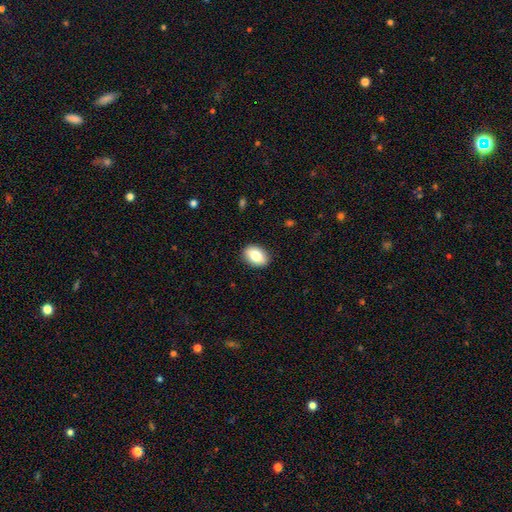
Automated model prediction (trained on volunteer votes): Q: Smooth or featured?
A: smooth (80%); runner-up: featured or disk (13%)
Q: How rounded?
A: in between (85%); runner-up: round (14%)
Q: Merging?
A: none (89%); runner-up: minor disturbance (8%)